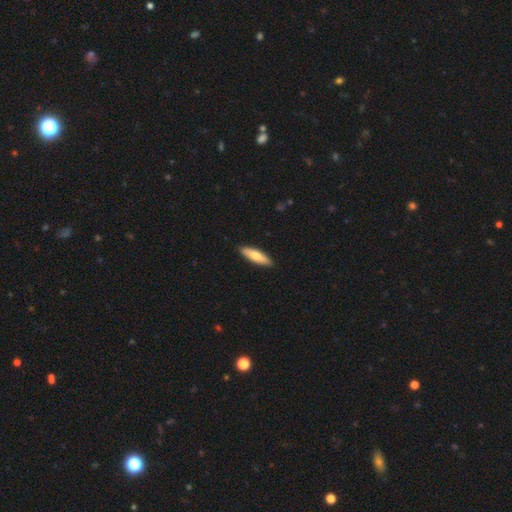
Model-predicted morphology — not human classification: The model was most divided on "how rounded": cigar-shaped: 66%, in between: 33%, round: 2%. More confident: merging — none (90%); smooth or featured — smooth (74%).